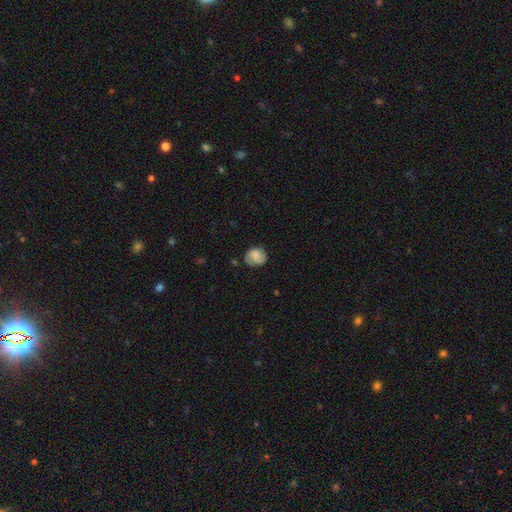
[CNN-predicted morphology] smooth 69%, featured or disk 23%, star or artifact 8%. Down the decision tree: how rounded — round (65%); merging — none (64%).